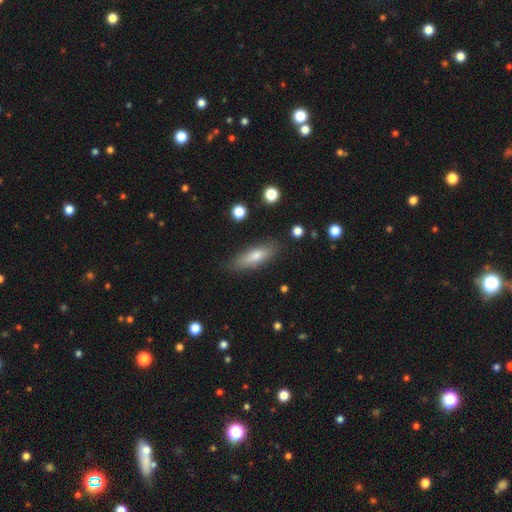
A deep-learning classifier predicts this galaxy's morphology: smooth_or_featured: smooth (p=0.71) [alt: featured or disk p=0.22]
how_rounded: cigar-shaped (p=0.54) [alt: in between p=0.44]
merging: none (p=0.83) [alt: minor disturbance p=0.12]